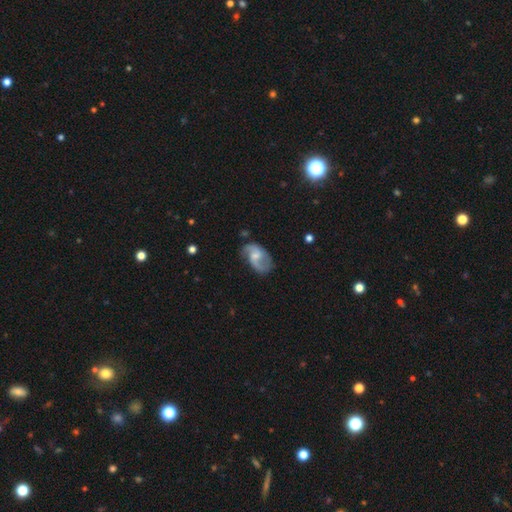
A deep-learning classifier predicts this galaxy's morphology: Smooth or featured?
  - featured or disk: 77% *
  - smooth: 17%
  - star or artifact: 6%
Edge-on disk?
  - no: 97% *
  - yes: 3%
Bar?
  - weak: 49% *
  - no: 42%
  - strong: 9%
Spiral arms?
  - yes: 93% *
  - no: 7%
Spiral winding?
  - loose: 48% *
  - medium: 41%
  - tight: 11%
Spiral arm count?
  - 2: 86% *
  - can't tell: 6%
  - 1: 5%
  - 3: 1%
  - 4: 1%
  - more than 4: 1%
Bulge size?
  - small: 44% *
  - moderate: 37%
  - none: 15%
  - large: 4%
  - dominant: 1%
Merging?
  - none: 64% *
  - minor disturbance: 23%
  - major disturbance: 11%
  - merger: 2%